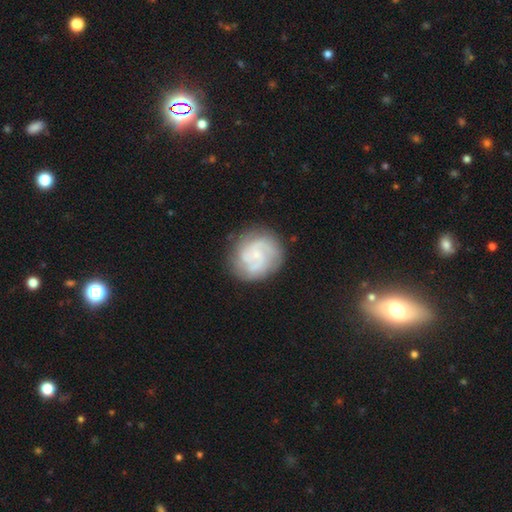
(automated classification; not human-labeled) A featured or disk galaxy (72%) with no bar (63%), 2 (38%) tight (47%) spiral arms (92%) and a small central bulge (65%).

Vote fractions:
- Smooth or featured? featured or disk: 72% / smooth: 22% / star or artifact: 6%
- Edge-on disk? no: 98% / yes: 2%
- Bar? no: 63% / weak: 32% / strong: 5%
- Spiral arms? yes: 92% / no: 8%
- Spiral winding? tight: 47% / medium: 41% / loose: 12%
- Spiral arm count? 2: 38% / 3: 25% / can't tell: 23% / 4: 5% / 1: 5% / more than 4: 4%
- Bulge size? small: 65% / moderate: 16% / none: 15% / large: 2% / dominant: 1%
- Merging? none: 78% / minor disturbance: 14% / major disturbance: 6% / merger: 2%